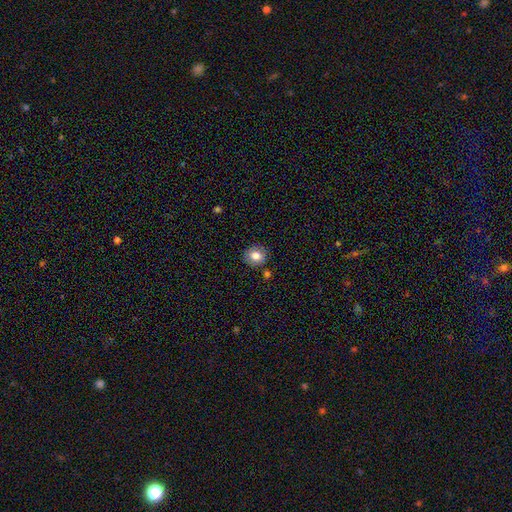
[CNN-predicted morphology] A smooth galaxy with no disk features (79%) that is round (78%).

Vote fractions:
- Smooth or featured? smooth: 79% / featured or disk: 12% / star or artifact: 10%
- How rounded? round: 78% / in between: 21% / cigar-shaped: 1%
- Merging? none: 84% / minor disturbance: 10% / merger: 4% / major disturbance: 2%